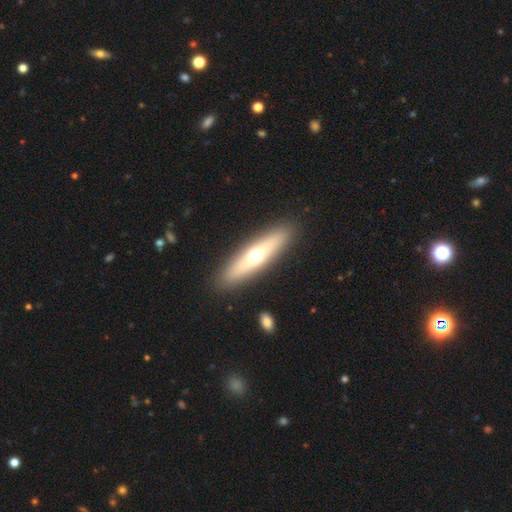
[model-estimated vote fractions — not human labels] This appears to be a smooth galaxy with no disk features (49%). Merging: none (90%).